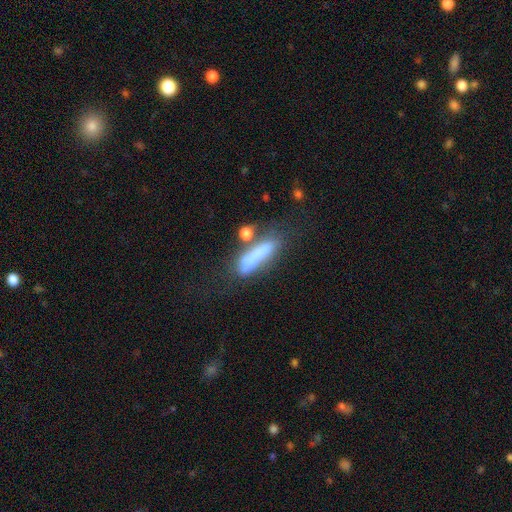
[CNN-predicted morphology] type=smooth (60%); roundness=cigar-shaped (68%); merging=none (36%).